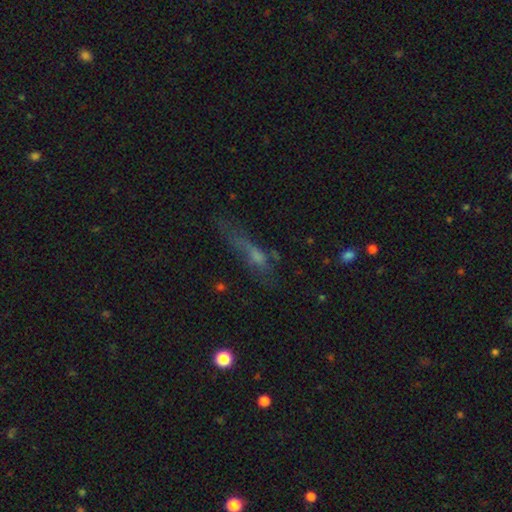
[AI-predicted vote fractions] Overall: smooth (39%; featured or disk 38%). Merging: none (46%; major disturbance 25%).